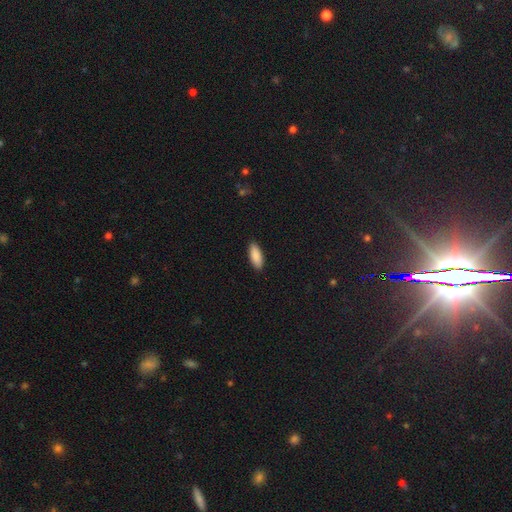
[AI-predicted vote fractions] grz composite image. It shows a smooth galaxy with no disk features (90%) that is in between round and cigar-shaped (74%). Merging: none (90%).